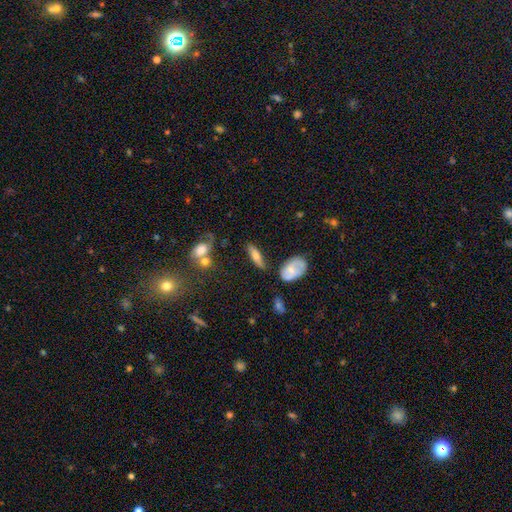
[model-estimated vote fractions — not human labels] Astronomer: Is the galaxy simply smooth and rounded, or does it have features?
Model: smooth — 55% (runner-up: featured or disk, 37%).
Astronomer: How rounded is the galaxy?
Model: cigar-shaped — 53% (runner-up: in between, 43%).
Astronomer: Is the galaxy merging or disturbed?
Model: none — 69%.